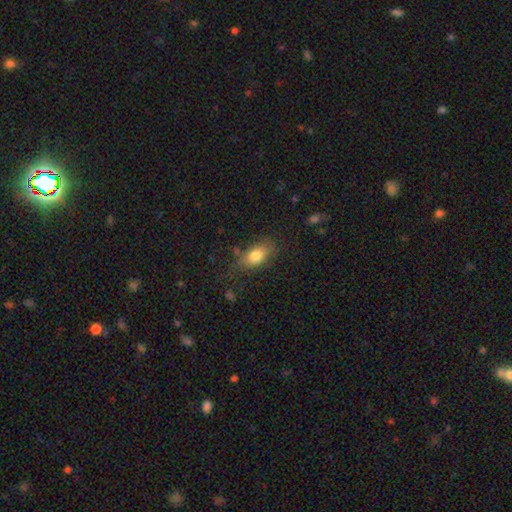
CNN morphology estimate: type=smooth (79%); roundness=in between (85%); merging=none (69%).